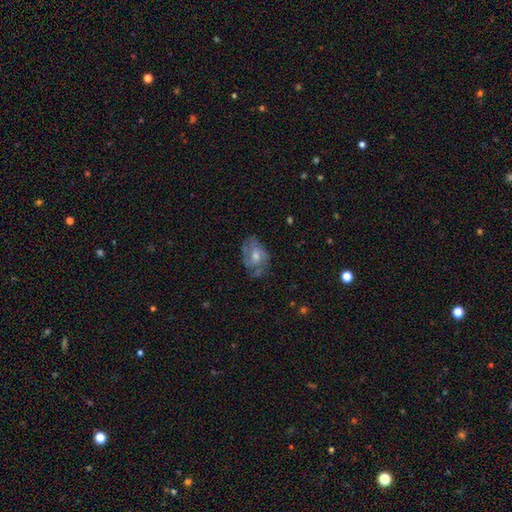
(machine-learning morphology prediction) Overall: featured or disk (68%). Edge-on disk: no (96%). Bar: no (60%; weak 33%). Spiral arms: yes (84%). Spiral arm count: can't tell (36%; 2 28%). Spiral winding: tight (44%; medium 42%). Bulge size: moderate (57%; small 34%). Merging: none (68%).